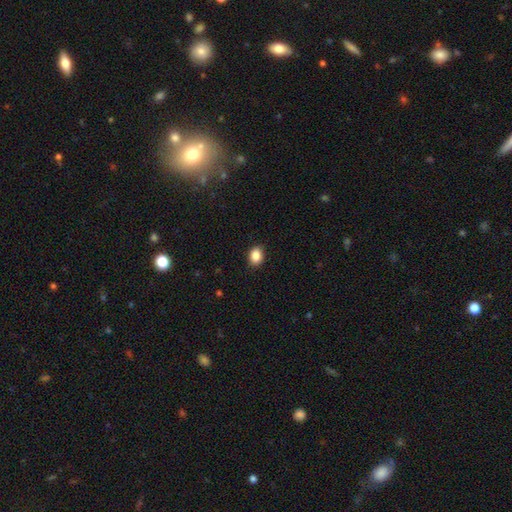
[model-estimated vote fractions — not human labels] Morphology: type=smooth (88%); roundness=in between (62%); merging=none (89%).